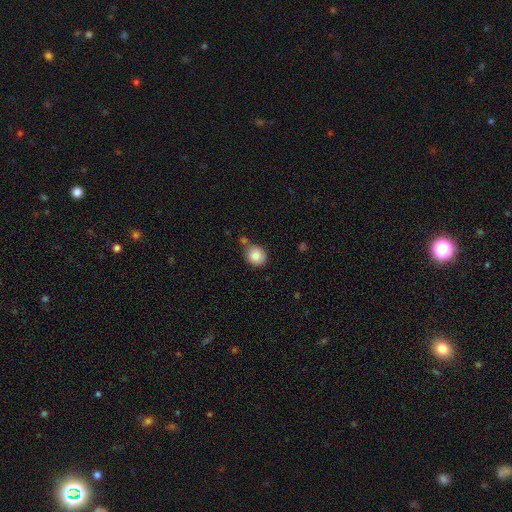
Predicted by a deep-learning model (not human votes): smooth_or_featured: smooth (p=0.84) [alt: star or artifact p=0.09]
how_rounded: round (p=0.82) [alt: in between p=0.17]
merging: none (p=0.71) [alt: minor disturbance p=0.14]